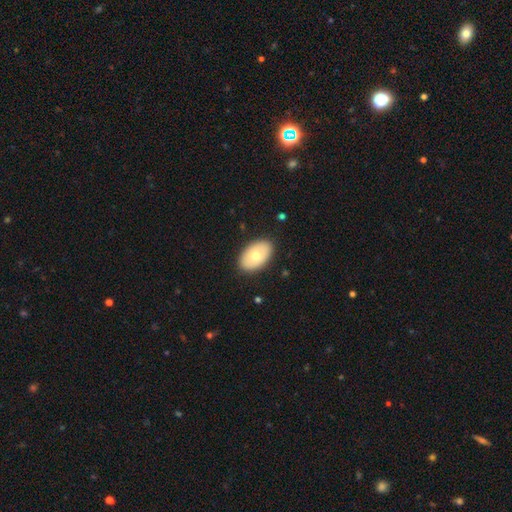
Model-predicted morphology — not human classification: A smooth galaxy with no disk features (69%) that is in between round and cigar-shaped (92%). Merging: none (88%).